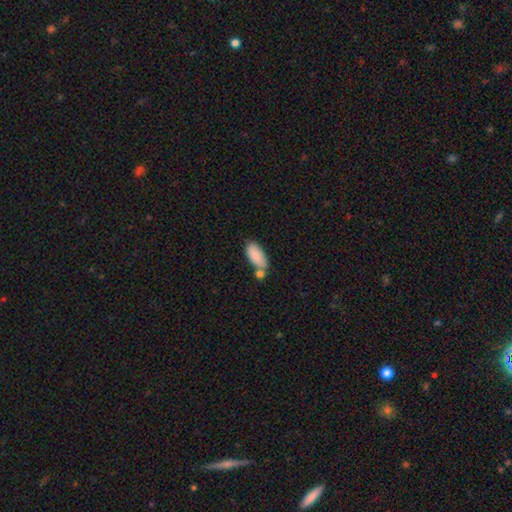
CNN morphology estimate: type=smooth (86%); roundness=in between (90%); merging=none (52%).